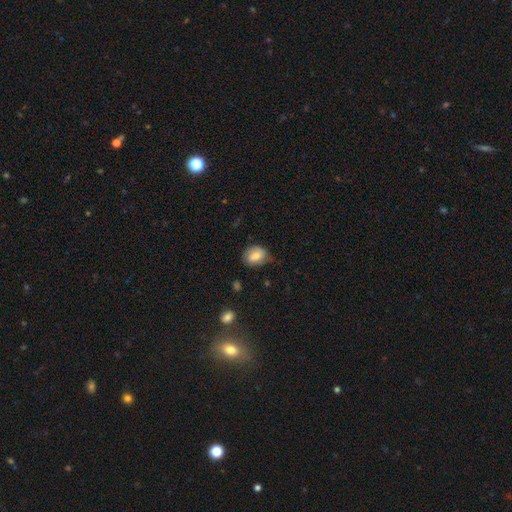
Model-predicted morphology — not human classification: This is likely a smooth galaxy (69%). How rounded: possibly in between (58%). Merging: possibly none (60%).